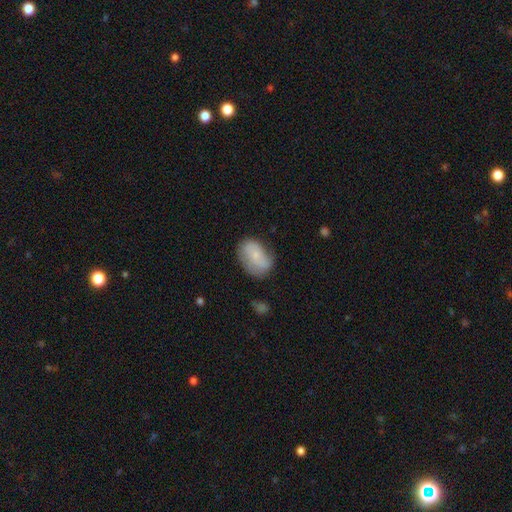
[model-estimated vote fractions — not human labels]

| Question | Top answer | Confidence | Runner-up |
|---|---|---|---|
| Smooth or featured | smooth | 65% | featured or disk (27%) |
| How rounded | in between | 84% | round (14%) |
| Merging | none | 55% | minor disturbance (31%) |